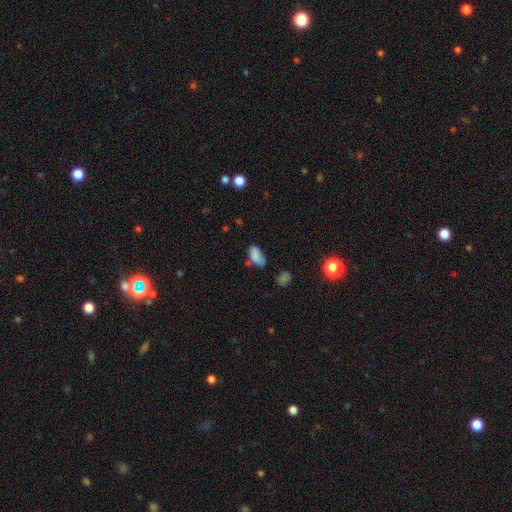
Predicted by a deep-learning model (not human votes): Q: Smooth or featured?
A: smooth (84%); runner-up: star or artifact (9%)
Q: How rounded?
A: in between (92%); runner-up: round (4%)
Q: Merging?
A: none (62%); runner-up: minor disturbance (26%)